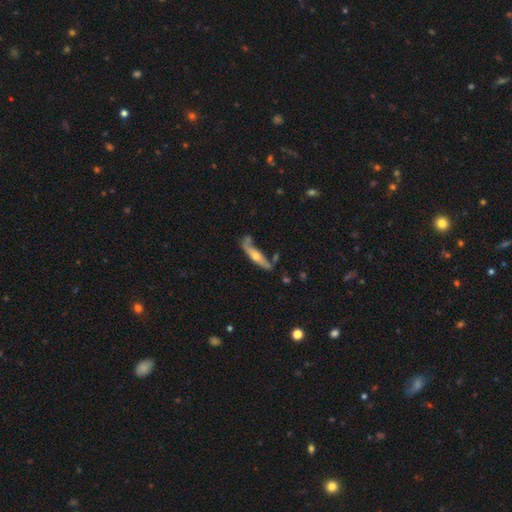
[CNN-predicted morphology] Overall: featured or disk (51%; smooth 44%). Edge-on disk: yes (80%). Merging: none (56%; minor disturbance 23%).